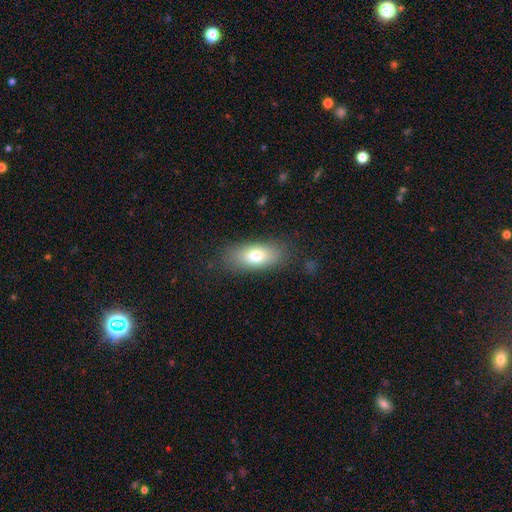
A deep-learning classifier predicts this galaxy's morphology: Smooth or featured? smooth (77%)
How rounded? in between (85%)
Merging? none (82%)